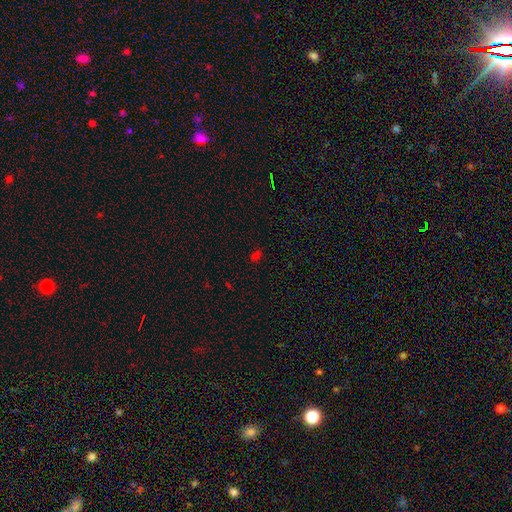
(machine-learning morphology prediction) type=smooth (59%); roundness=in between (63%); merging=none (80%).